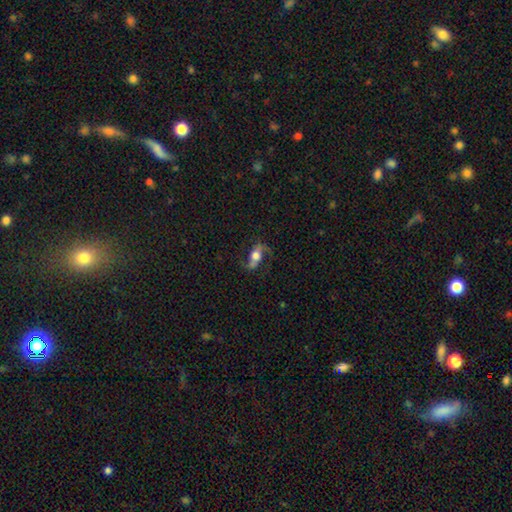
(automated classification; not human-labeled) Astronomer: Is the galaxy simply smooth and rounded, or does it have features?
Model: featured or disk — 70%.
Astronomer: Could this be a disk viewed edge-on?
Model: no — 87%.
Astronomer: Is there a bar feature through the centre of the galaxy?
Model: no — 47% (runner-up: weak, 27%).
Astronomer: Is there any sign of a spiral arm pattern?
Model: yes — 89%.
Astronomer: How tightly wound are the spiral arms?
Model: loose — 63%.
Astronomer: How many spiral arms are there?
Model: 2 — 91%.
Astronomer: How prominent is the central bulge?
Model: moderate — 47% (runner-up: large, 37%).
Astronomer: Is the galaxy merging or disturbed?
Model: none — 71%.